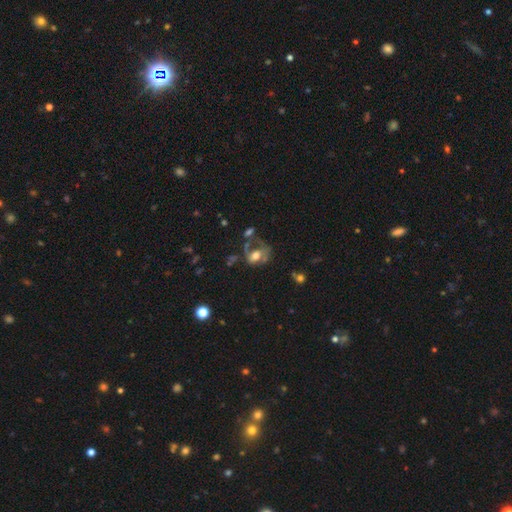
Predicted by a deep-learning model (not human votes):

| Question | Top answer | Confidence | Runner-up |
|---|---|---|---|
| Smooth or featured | smooth | 45% | featured or disk (44%) |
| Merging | major disturbance | 33% | none (29%) |